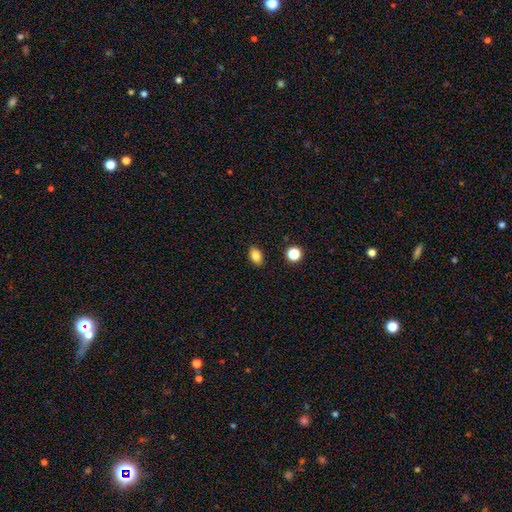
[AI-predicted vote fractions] Smooth or featured: smooth — 84% (star or artifact — 10%)
How rounded: in between — 84% (round — 14%)
Merging: none — 88% (minor disturbance — 8%)